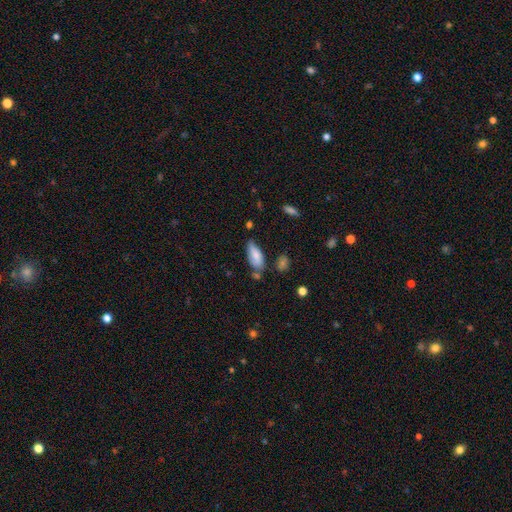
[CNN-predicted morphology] smooth_or_featured: smooth (p=0.74) [alt: featured or disk p=0.18]
how_rounded: in between (p=0.81) [alt: cigar-shaped p=0.17]
merging: none (p=0.52) [alt: minor disturbance p=0.31]